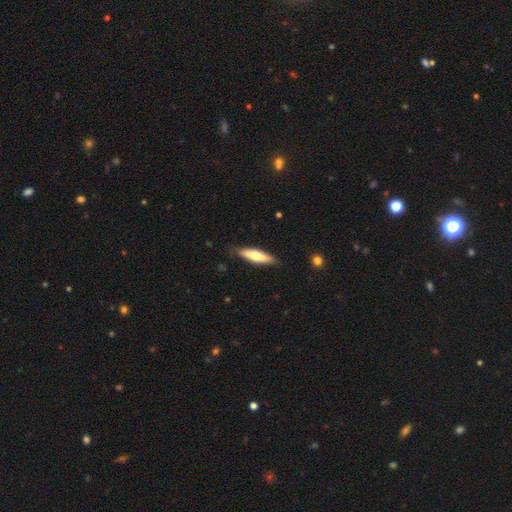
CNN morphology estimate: smooth 65%, featured or disk 30%, star or artifact 5%. Down the decision tree: how rounded — cigar-shaped (69%); merging — none (85%).